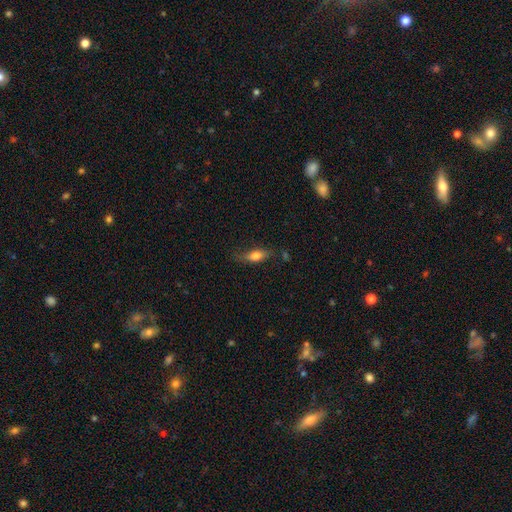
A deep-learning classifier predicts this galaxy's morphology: smooth_or_featured: smooth (p=0.71) [alt: featured or disk p=0.21]
how_rounded: in between (p=0.67) [alt: cigar-shaped p=0.28]
merging: none (p=0.68) [alt: minor disturbance p=0.23]